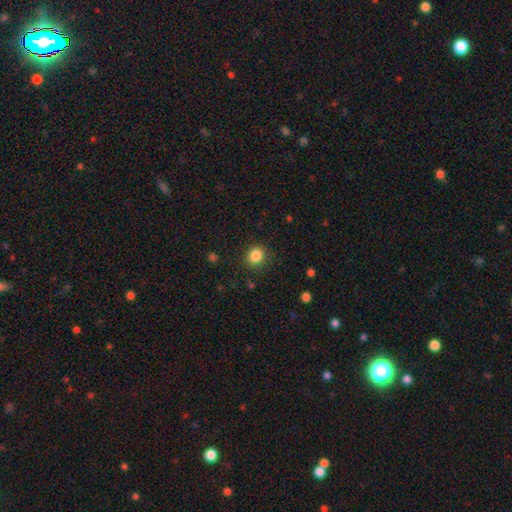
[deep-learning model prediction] A smooth galaxy with no disk features (85%) that is round (74%). Merging: none (87%).